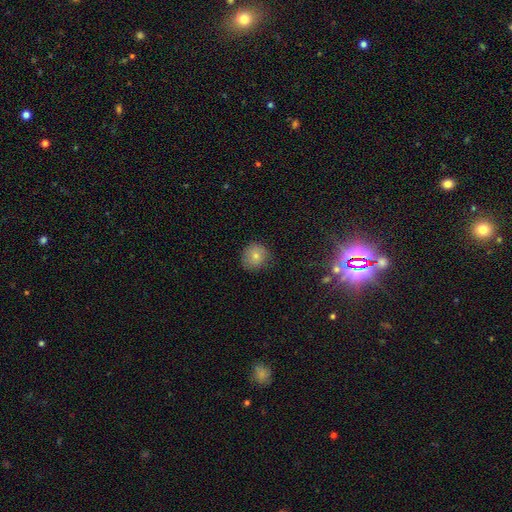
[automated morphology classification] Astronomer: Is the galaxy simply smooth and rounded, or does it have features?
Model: smooth — 76%.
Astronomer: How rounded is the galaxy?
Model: round — 87%.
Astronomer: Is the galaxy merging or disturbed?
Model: none — 78%.